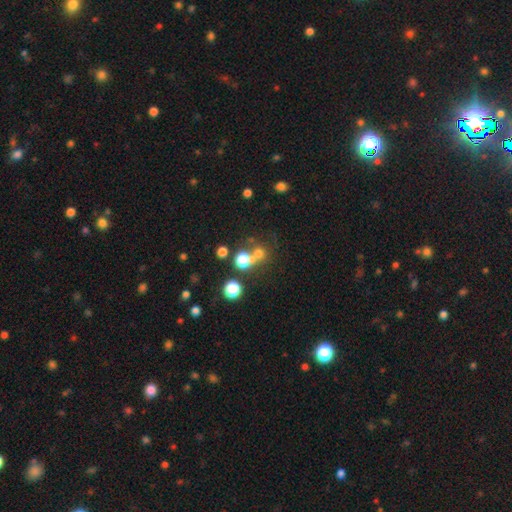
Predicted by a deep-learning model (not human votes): Q: Smooth or featured?
A: smooth (65%); runner-up: star or artifact (22%)
Q: How rounded?
A: round (87%); runner-up: in between (12%)
Q: Merging?
A: none (53%); runner-up: merger (35%)